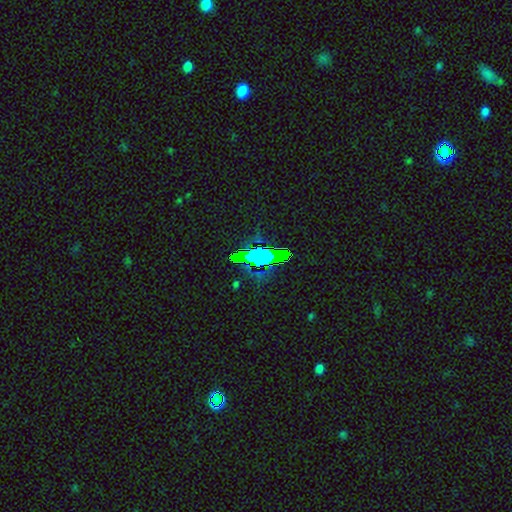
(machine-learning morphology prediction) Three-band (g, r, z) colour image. It shows a star or artifact, not a galaxy (66%).